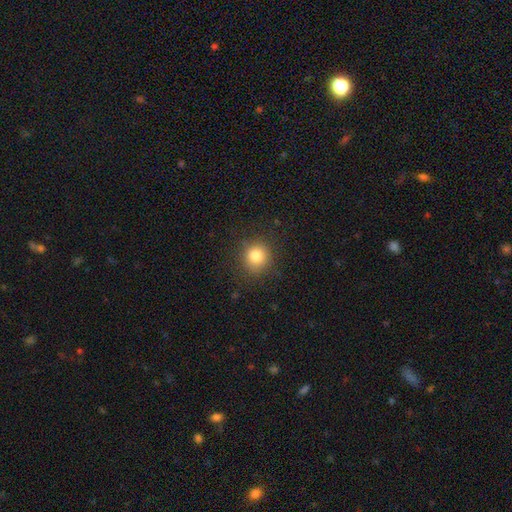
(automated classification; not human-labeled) Q: Smooth or featured?
A: smooth (82%); runner-up: star or artifact (12%)
Q: How rounded?
A: round (89%); runner-up: in between (10%)
Q: Merging?
A: none (87%); runner-up: minor disturbance (9%)